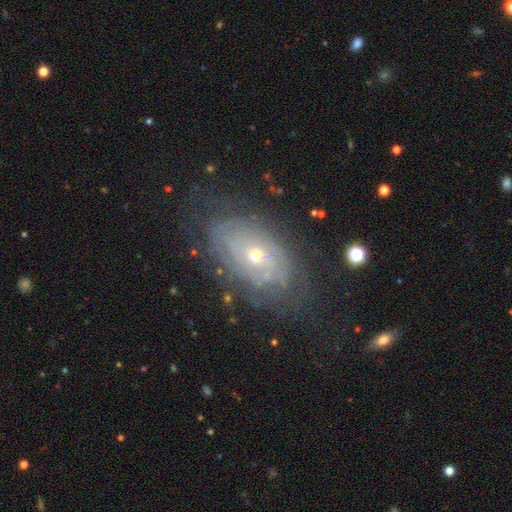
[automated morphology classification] Smooth or featured?
  - featured or disk: 74% *
  - smooth: 17%
  - star or artifact: 9%
Edge-on disk?
  - no: 93% *
  - yes: 7%
Bar?
  - no: 83% *
  - weak: 13%
  - strong: 4%
Spiral arms?
  - yes: 76% *
  - no: 24%
Spiral winding?
  - tight: 76% *
  - medium: 17%
  - loose: 7%
Spiral arm count?
  - can't tell: 61% *
  - 2: 15%
  - 3: 7%
  - more than 4: 6%
  - 4: 6%
  - 1: 4%
Bulge size?
  - small: 53% *
  - moderate: 43%
  - large: 2%
  - dominant: 1%
  - none: 1%
Merging?
  - none: 72% *
  - minor disturbance: 17%
  - major disturbance: 9%
  - merger: 2%